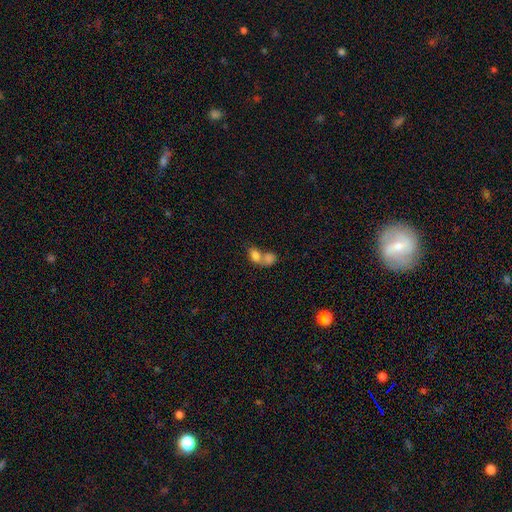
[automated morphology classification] Smooth or featured: smooth — 79% (featured or disk — 12%)
How rounded: in between — 73% (round — 25%)
Merging: merger — 74% (none — 17%)